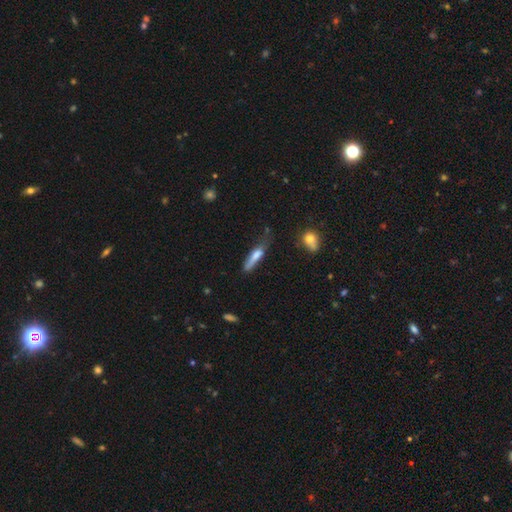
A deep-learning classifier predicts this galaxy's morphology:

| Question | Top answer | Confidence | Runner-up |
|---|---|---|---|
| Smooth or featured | smooth | 65% | featured or disk (28%) |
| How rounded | cigar-shaped | 78% | in between (20%) |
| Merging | none | 41% | minor disturbance (32%) |